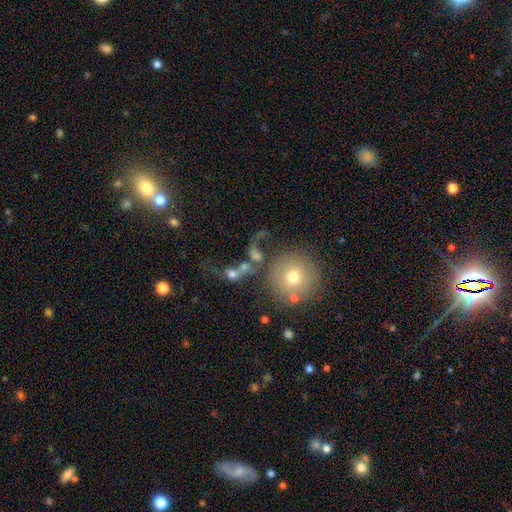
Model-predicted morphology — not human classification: smooth 43%, featured or disk 41%, star or artifact 16%. Down the decision tree: merging — none (30%).